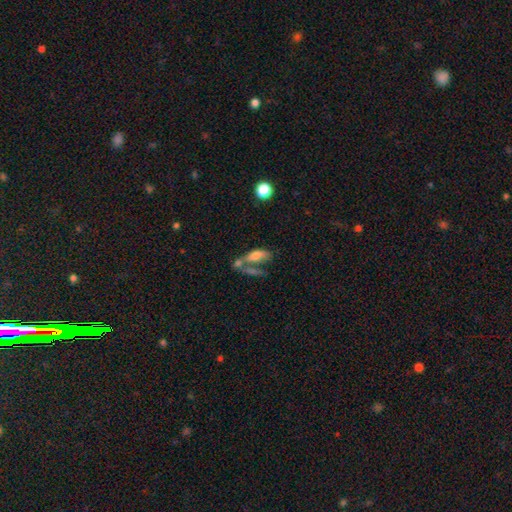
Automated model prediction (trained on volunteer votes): This is likely a smooth galaxy (60%). How rounded: likely in between (72%). Merging: possibly merger (48%).